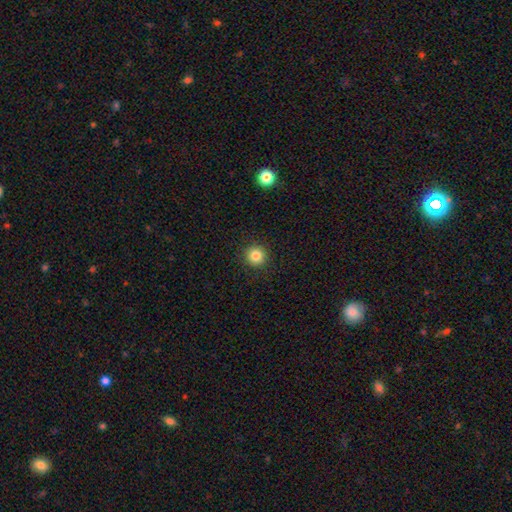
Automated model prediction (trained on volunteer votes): A smooth galaxy with no disk features (83%) that is round (95%).

Vote fractions:
- Smooth or featured? smooth: 83% / star or artifact: 12% / featured or disk: 5%
- How rounded? round: 95% / in between: 4% / cigar-shaped: 1%
- Merging? none: 92% / minor disturbance: 5% / major disturbance: 2% / merger: 1%